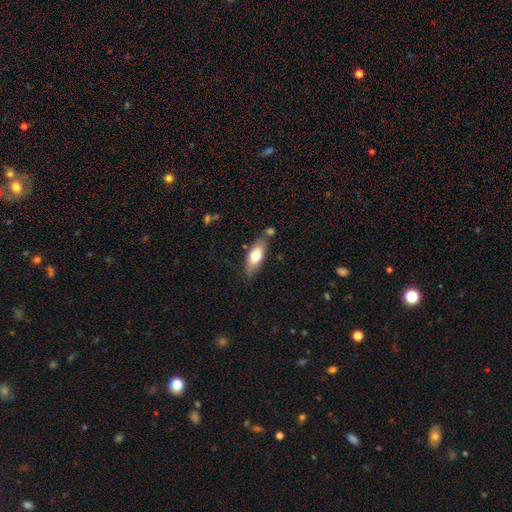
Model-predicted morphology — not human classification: The model was most divided on "how rounded": in between: 69%, cigar-shaped: 28%, round: 3%. More confident: merging — none (74%); smooth or featured — smooth (69%).